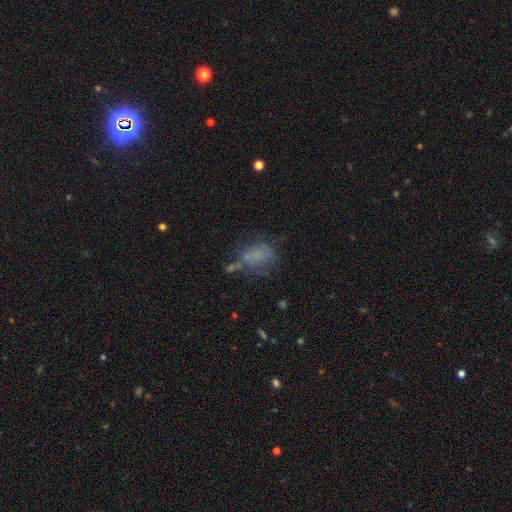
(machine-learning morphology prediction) Smooth or featured: smooth — 53% (featured or disk — 28%)
How rounded: in between — 71% (round — 26%)
Merging: none — 38% (major disturbance — 28%)